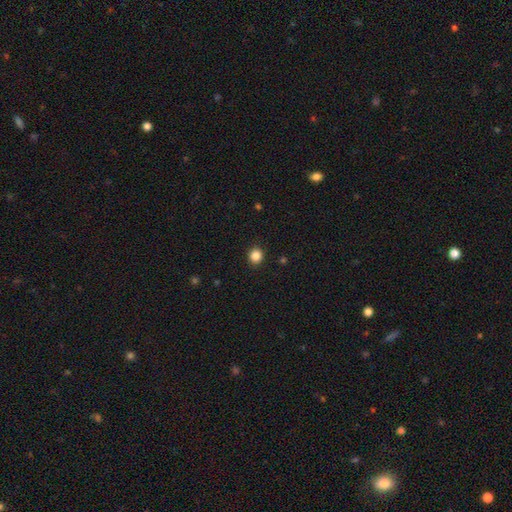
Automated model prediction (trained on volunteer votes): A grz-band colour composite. It shows a smooth galaxy with no disk features (85%) that is round (87%). Merging: none (92%).